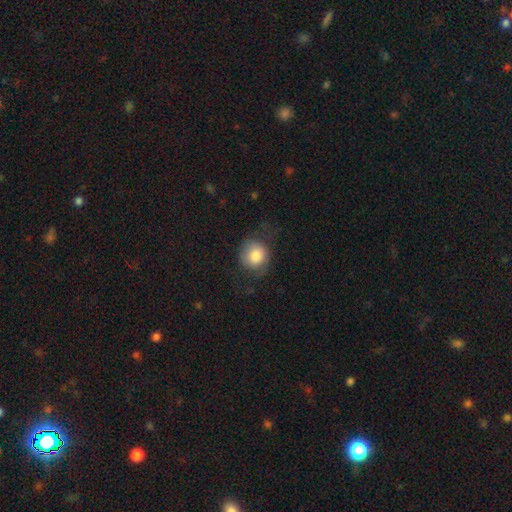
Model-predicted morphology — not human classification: The model was most divided on "merging": none: 60%, minor disturbance: 23%, major disturbance: 16%, merger: 1%. More confident: how rounded — round (83%); smooth or featured — smooth (79%).